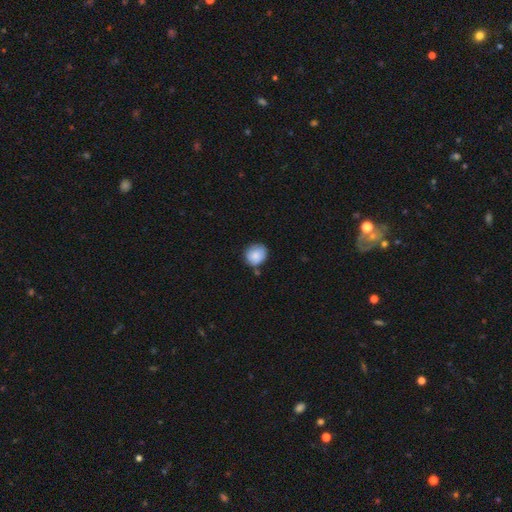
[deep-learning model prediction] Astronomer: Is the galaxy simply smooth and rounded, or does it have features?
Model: smooth — 85%.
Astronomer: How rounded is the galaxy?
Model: round — 74%.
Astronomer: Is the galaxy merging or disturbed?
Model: none — 67%.